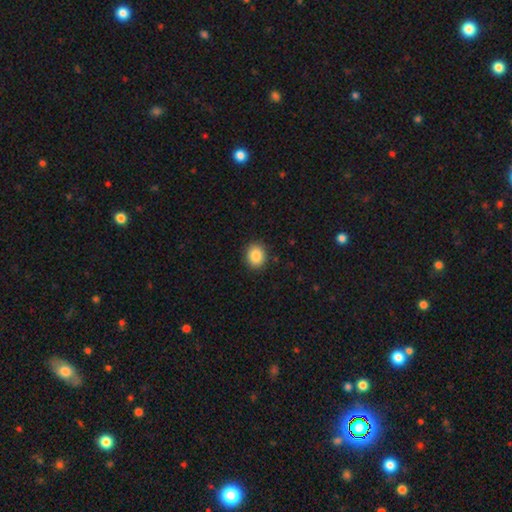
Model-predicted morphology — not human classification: A smooth galaxy with no disk features (87%) that is round (70%). Merging: none (90%).